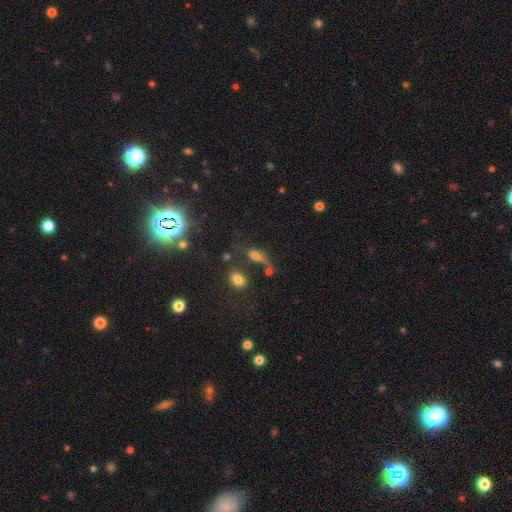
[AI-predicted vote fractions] smooth-or-featured: smooth: 52% | star or artifact: 27% | featured or disk: 21%
  how-rounded: in between: 59% | cigar-shaped: 25% | round: 15%
  merging: none: 42% | major disturbance: 20% | minor disturbance: 19% | merger: 18%